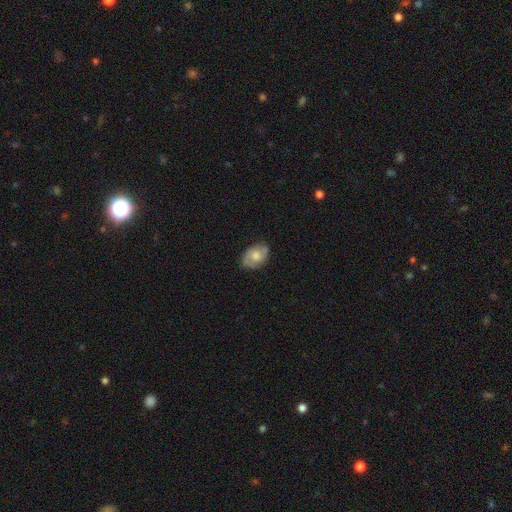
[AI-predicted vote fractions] featured or disk 53%, smooth 40%, star or artifact 7%. Down the decision tree: edge-on disk — no (96%); bar — no (69%); spiral arms — yes (78%); bulge size — moderate (52%); merging — none (72%).